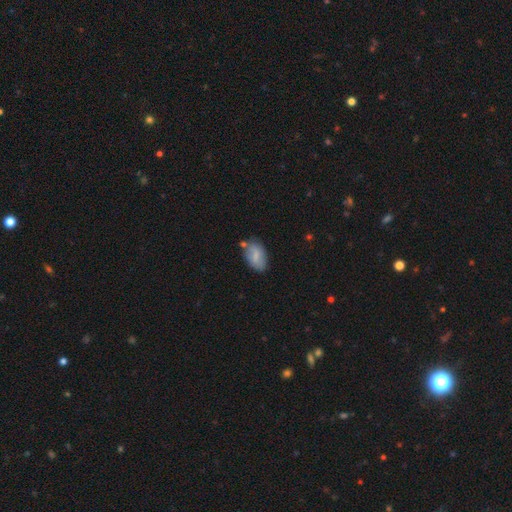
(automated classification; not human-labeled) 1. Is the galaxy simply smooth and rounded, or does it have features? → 69% smooth, 24% featured or disk, 7% star or artifact.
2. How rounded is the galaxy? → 92% in between, 6% round, 2% cigar-shaped.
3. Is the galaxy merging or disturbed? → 65% none, 22% minor disturbance, 8% merger, 5% major disturbance.